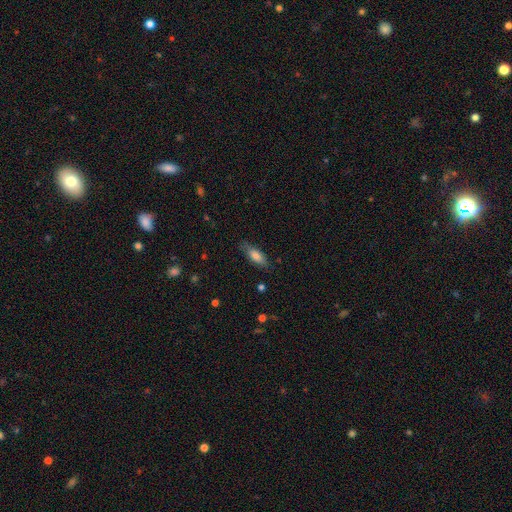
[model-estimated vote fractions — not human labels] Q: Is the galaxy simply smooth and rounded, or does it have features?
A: smooth — 76%.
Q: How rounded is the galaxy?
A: in between — 64%.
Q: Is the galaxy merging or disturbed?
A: none — 77%.